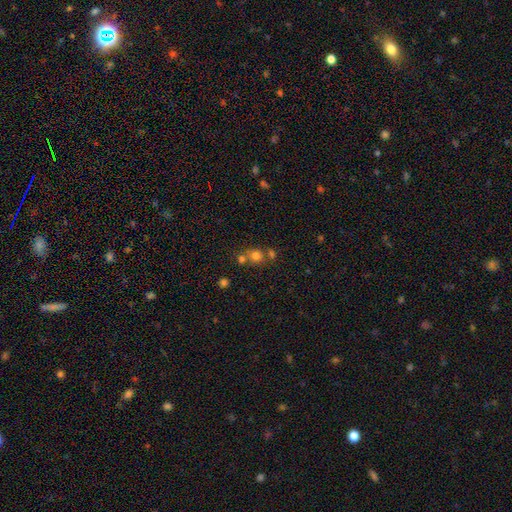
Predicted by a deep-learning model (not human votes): This appears to be a smooth galaxy with no disk features (71%) that is round (82%). Merging: none (53%).